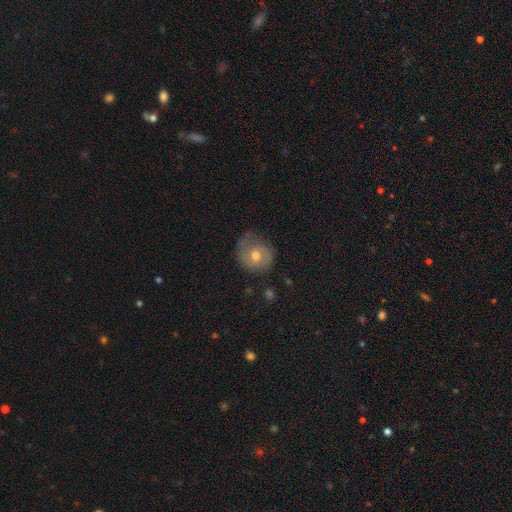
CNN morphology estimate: type=smooth (48%); merging=none (58%).